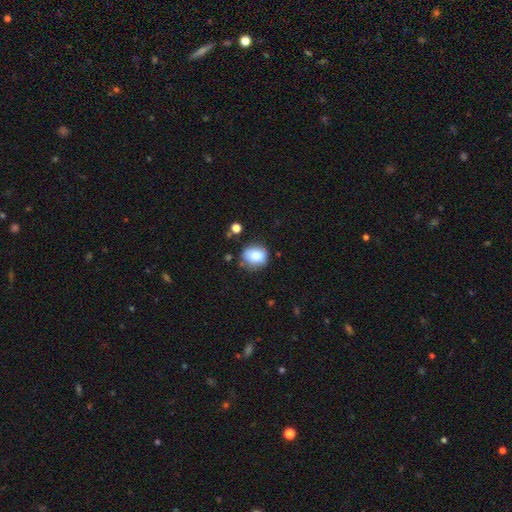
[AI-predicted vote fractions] smooth-or-featured: smooth: 81% | featured or disk: 10% | star or artifact: 9%
  how-rounded: round: 61% | in between: 37% | cigar-shaped: 1%
  merging: none: 69% | minor disturbance: 21% | major disturbance: 5% | merger: 5%